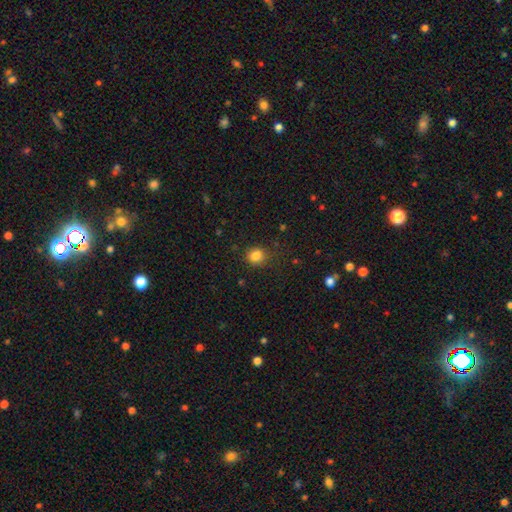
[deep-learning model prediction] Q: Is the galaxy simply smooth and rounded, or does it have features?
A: smooth — 83%.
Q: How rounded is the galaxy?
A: round — 78%.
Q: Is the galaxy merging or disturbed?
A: none — 77%.